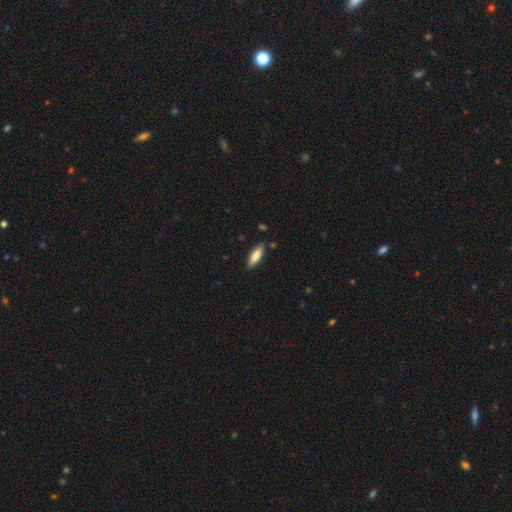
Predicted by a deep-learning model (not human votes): Morphology: type=smooth (76%); roundness=in between (55%); merging=none (86%).